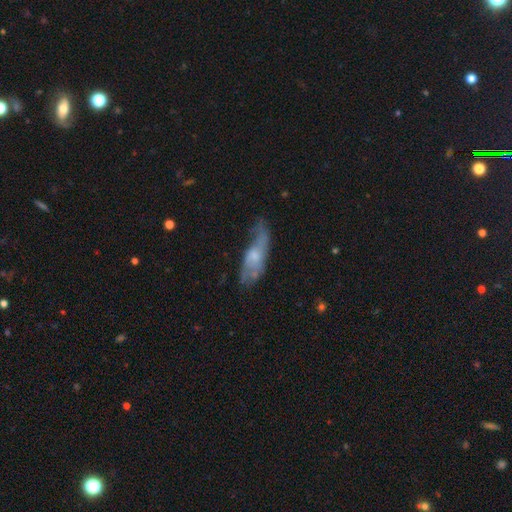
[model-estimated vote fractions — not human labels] Overall: featured or disk (51%; smooth 42%). Edge-on disk: no (73%). Merging: none (41%; minor disturbance 32%).